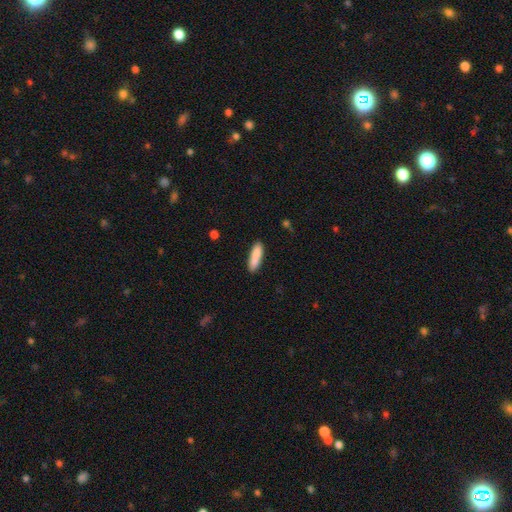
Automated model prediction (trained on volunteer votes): A smooth galaxy with no disk features (86%) that is cigar-shaped (67%).

Vote fractions:
- Smooth or featured? smooth: 86% / featured or disk: 8% / star or artifact: 6%
- How rounded? cigar-shaped: 67% / in between: 31% / round: 2%
- Merging? none: 82% / minor disturbance: 12% / merger: 3% / major disturbance: 2%